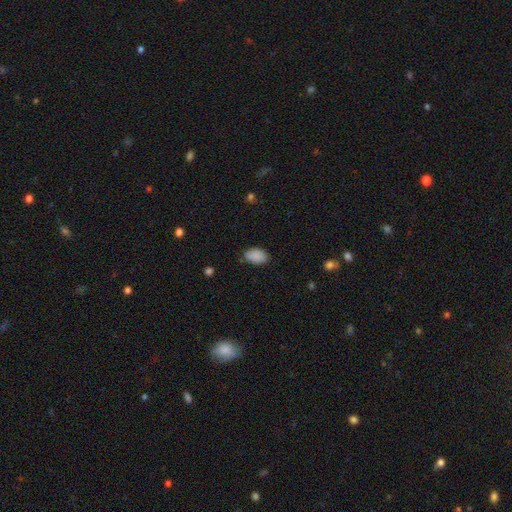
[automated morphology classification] Smooth or featured: smooth — 89% (star or artifact — 8%)
How rounded: in between — 91% (round — 8%)
Merging: none — 77% (minor disturbance — 17%)